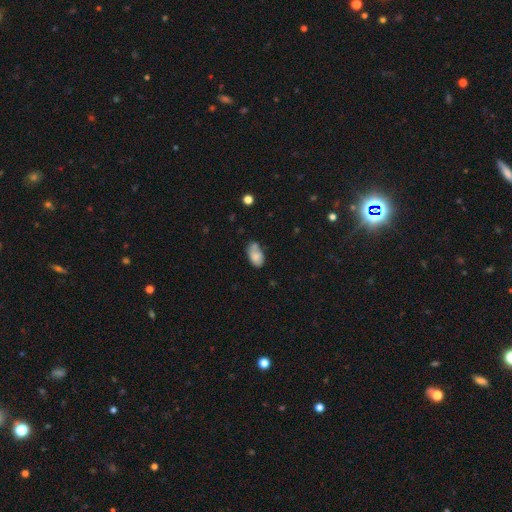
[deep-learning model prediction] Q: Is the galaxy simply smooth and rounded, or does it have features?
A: smooth — 76%.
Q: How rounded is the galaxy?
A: in between — 91%.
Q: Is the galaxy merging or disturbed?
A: none — 48%.